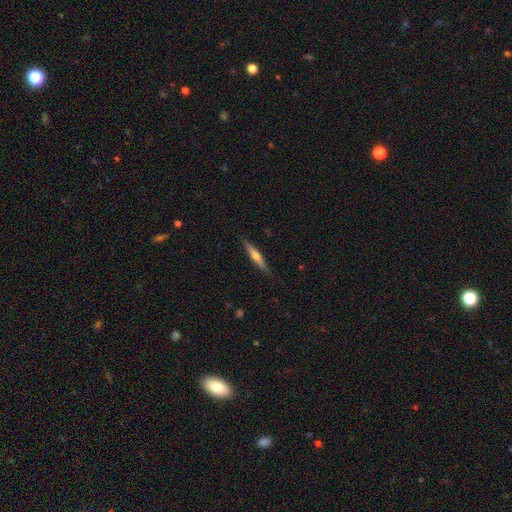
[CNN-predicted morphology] Smooth or featured: featured or disk — 55% (smooth — 40%)
Edge-on disk: yes — 96% (no — 4%)
Edge-on bulge: rounded — 84% (none — 11%)
Merging: none — 87% (minor disturbance — 10%)